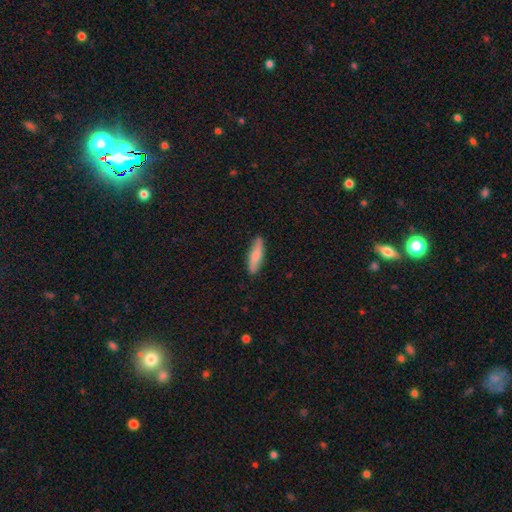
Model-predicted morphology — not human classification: Smooth or featured: smooth — 67% (featured or disk — 27%)
How rounded: cigar-shaped — 67% (in between — 31%)
Merging: none — 86% (minor disturbance — 11%)